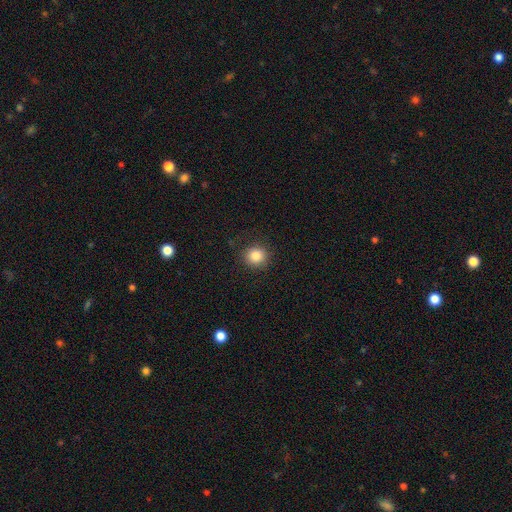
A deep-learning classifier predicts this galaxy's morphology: Smooth or featured? smooth (85%)
How rounded? round (91%)
Merging? none (89%)